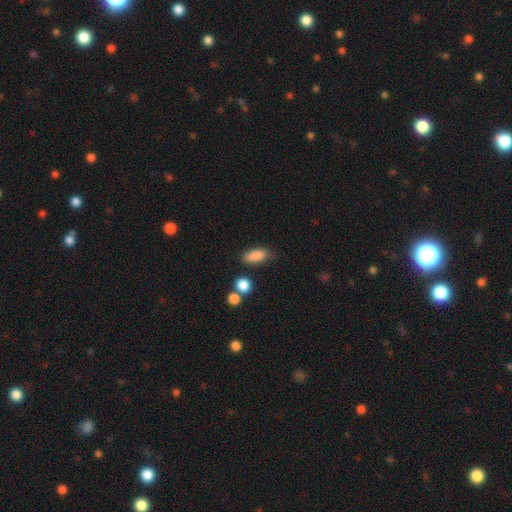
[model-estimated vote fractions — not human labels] The model was most divided on "merging": none: 75%, minor disturbance: 15%, merger: 6%, major disturbance: 4%. More confident: smooth or featured — smooth (87%); how rounded — in between (83%).